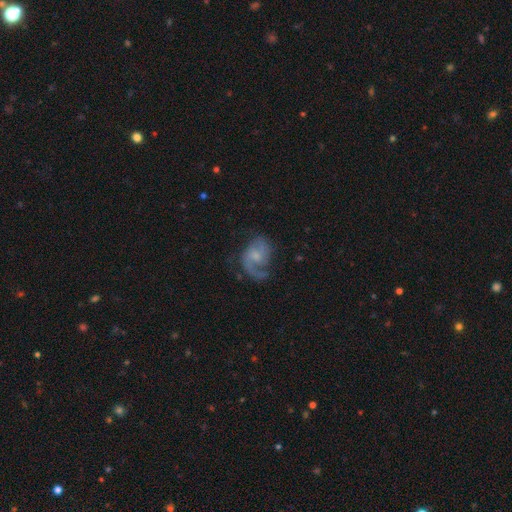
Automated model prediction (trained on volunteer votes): A featured or disk galaxy (77%) with no bar (60%), 2 (52%) medium (44%) spiral arms (93%) and a small central bulge (53%). Merging: none (53%).